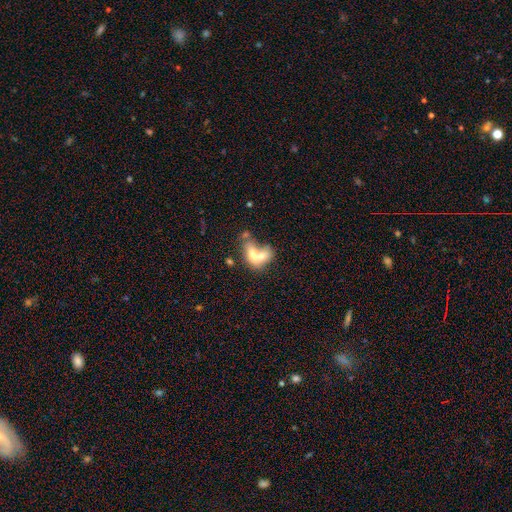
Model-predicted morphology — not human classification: This is likely a smooth galaxy (64%). How rounded: likely in between (80%). Merging: likely merger (71%).